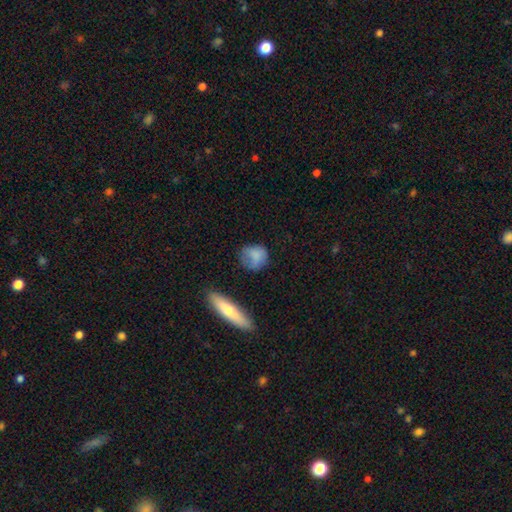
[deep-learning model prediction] smooth 78%, featured or disk 13%, star or artifact 9%. Down the decision tree: how rounded — round (70%); merging — none (58%).